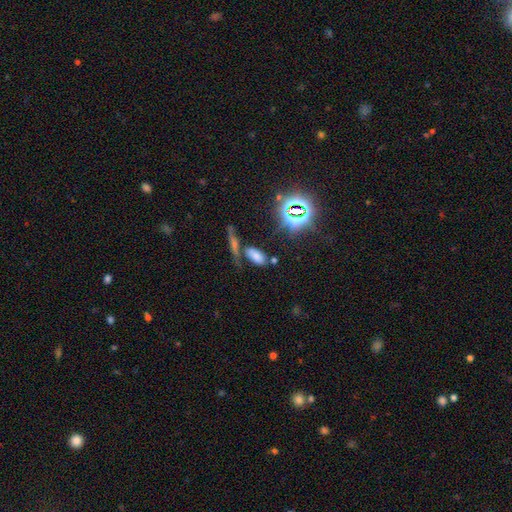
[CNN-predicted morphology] Smooth or featured? smooth (64%)
How rounded? in between (90%)
Merging? none (56%)